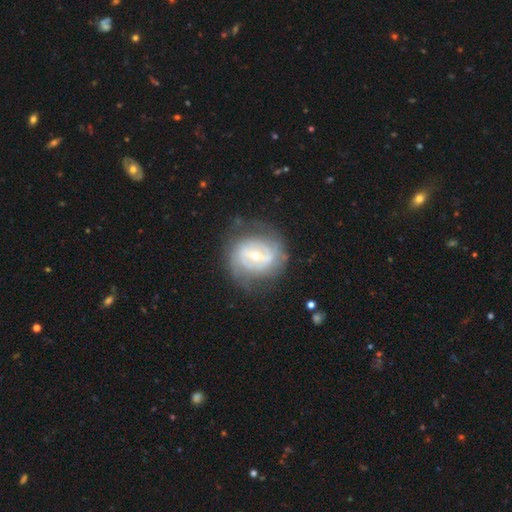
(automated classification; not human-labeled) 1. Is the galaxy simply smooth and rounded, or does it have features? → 75% featured or disk, 18% smooth, 7% star or artifact.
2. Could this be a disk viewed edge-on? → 96% no, 4% yes.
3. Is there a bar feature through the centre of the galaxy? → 43% weak, 29% strong, 28% no.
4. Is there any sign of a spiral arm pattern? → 74% yes, 26% no.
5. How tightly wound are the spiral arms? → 49% tight, 35% medium, 17% loose.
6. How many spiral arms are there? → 51% 2, 32% can't tell, 8% 3, 4% 1, 3% 4, 2% more than 4.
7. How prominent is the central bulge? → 56% small, 40% moderate, 2% large, 1% none, 1% dominant.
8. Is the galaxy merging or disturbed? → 70% none, 18% minor disturbance, 10% major disturbance, 2% merger.